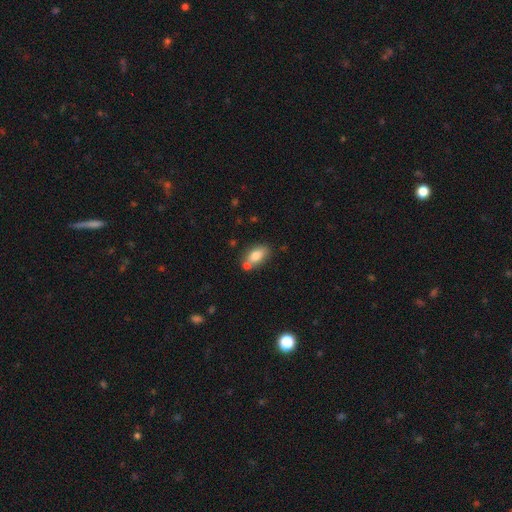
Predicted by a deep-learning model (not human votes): A smooth galaxy with no disk features (75%) that is in between round and cigar-shaped (86%).

Vote fractions:
- Smooth or featured? smooth: 75% / featured or disk: 17% / star or artifact: 8%
- How rounded? in between: 86% / cigar-shaped: 8% / round: 6%
- Merging? none: 62% / merger: 19% / minor disturbance: 15% / major disturbance: 4%